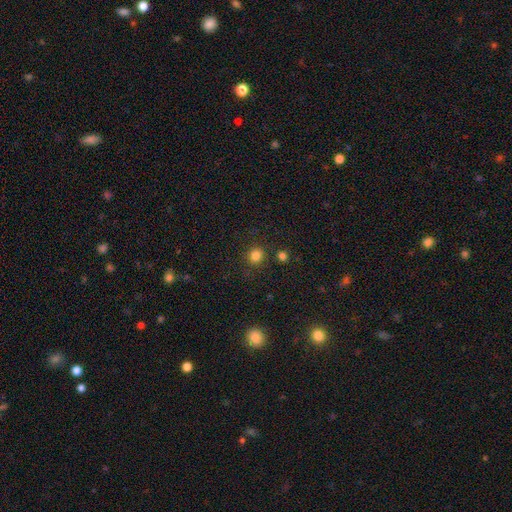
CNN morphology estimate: type=smooth (81%); roundness=round (87%); merging=none (85%).